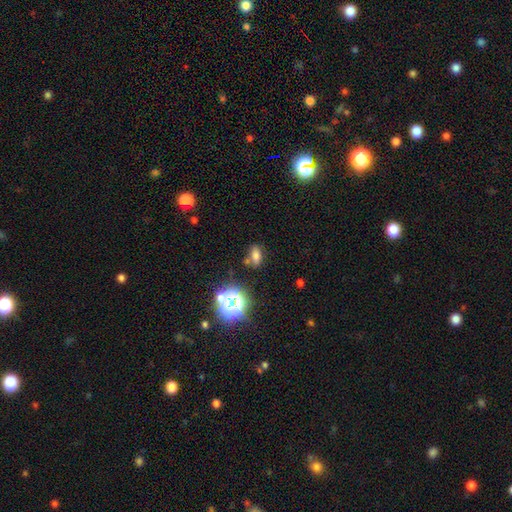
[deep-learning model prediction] This is likely a smooth galaxy (66%). How rounded: likely in between (77%). Merging: likely none (73%).